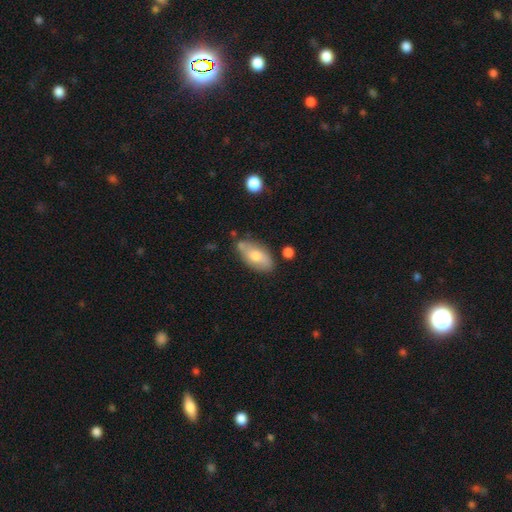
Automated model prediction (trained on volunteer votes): This appears to be a smooth galaxy with no disk features (63%) that is in between round and cigar-shaped (90%). Merging: none (69%).